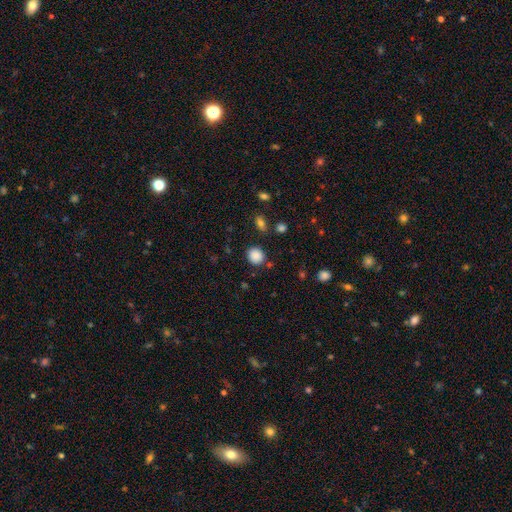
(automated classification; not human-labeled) smooth_or_featured: smooth (p=0.87) [alt: star or artifact p=0.10]
how_rounded: round (p=0.81) [alt: in between p=0.18]
merging: none (p=0.84) [alt: minor disturbance p=0.10]